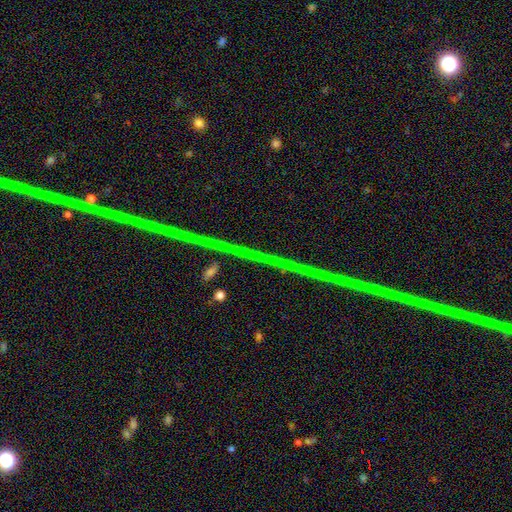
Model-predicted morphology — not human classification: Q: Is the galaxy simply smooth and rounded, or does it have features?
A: star or artifact — 73%.